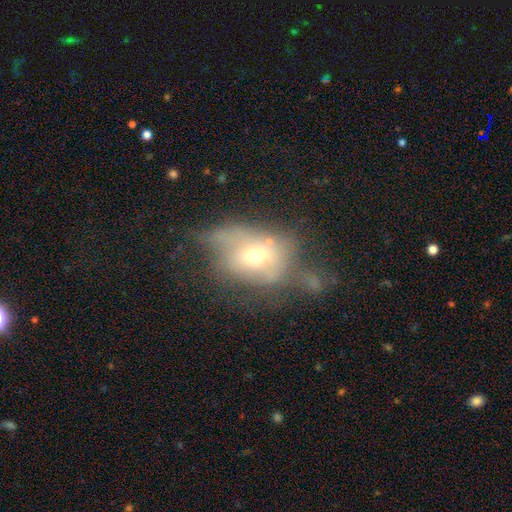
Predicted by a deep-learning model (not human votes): Overall: smooth (49%; featured or disk 38%). Merging: major disturbance (44%; minor disturbance 24%).